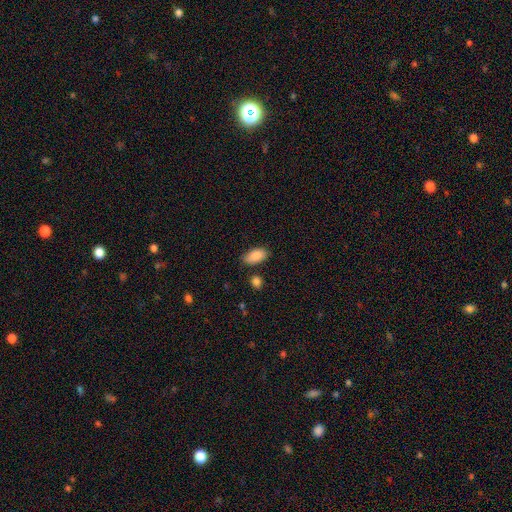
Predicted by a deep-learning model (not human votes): smooth-or-featured: smooth: 89% | star or artifact: 6% | featured or disk: 4%
  how-rounded: in between: 93% | cigar-shaped: 4% | round: 3%
  merging: none: 80% | minor disturbance: 13% | merger: 4% | major disturbance: 3%